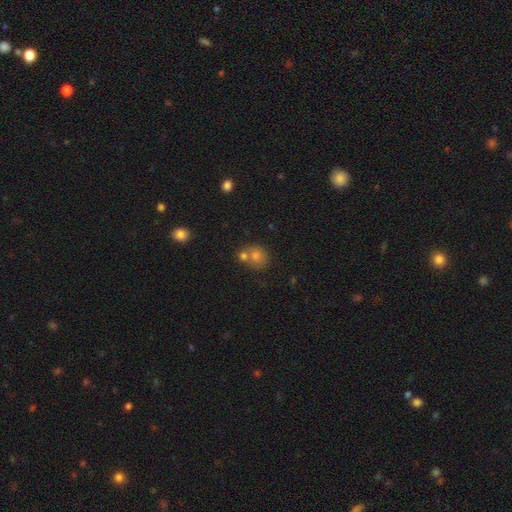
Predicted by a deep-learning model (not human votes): Q: Smooth or featured?
A: smooth (72%); runner-up: star or artifact (15%)
Q: How rounded?
A: round (78%); runner-up: in between (21%)
Q: Merging?
A: none (49%); runner-up: merger (39%)